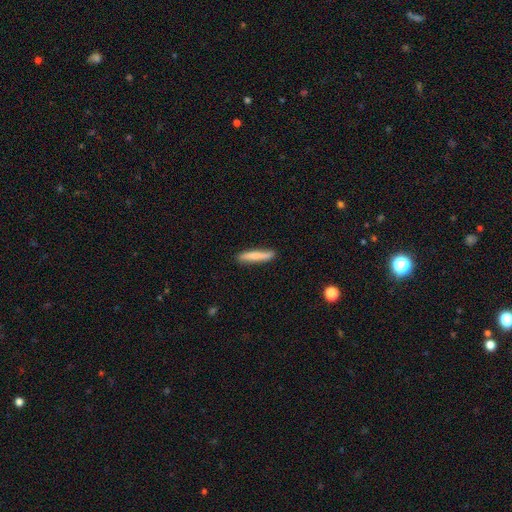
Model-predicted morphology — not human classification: Q: Smooth or featured?
A: smooth (77%); runner-up: featured or disk (18%)
Q: How rounded?
A: cigar-shaped (92%); runner-up: in between (7%)
Q: Merging?
A: none (85%); runner-up: minor disturbance (11%)